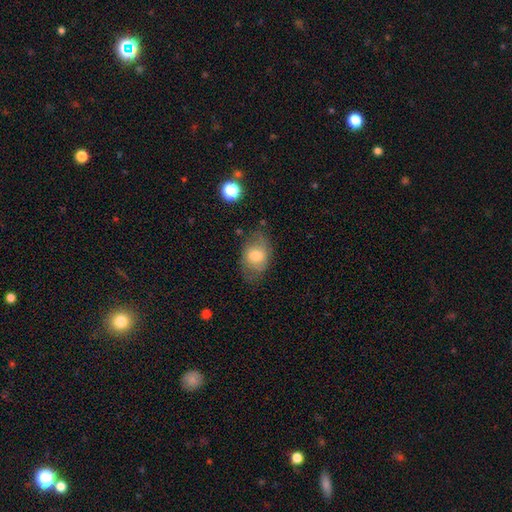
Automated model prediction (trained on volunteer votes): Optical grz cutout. It shows a smooth galaxy with no disk features (62%) that is in between round and cigar-shaped (75%). Merging: none (62%).